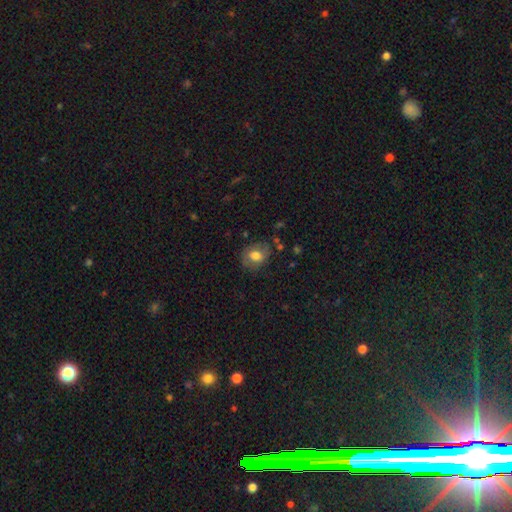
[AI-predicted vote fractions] A smooth galaxy with no disk features (66%) that is round (55%).

Vote fractions:
- Smooth or featured? smooth: 66% / featured or disk: 25% / star or artifact: 9%
- How rounded? round: 55% / in between: 44% / cigar-shaped: 1%
- Merging? none: 72% / minor disturbance: 19% / major disturbance: 7% / merger: 2%